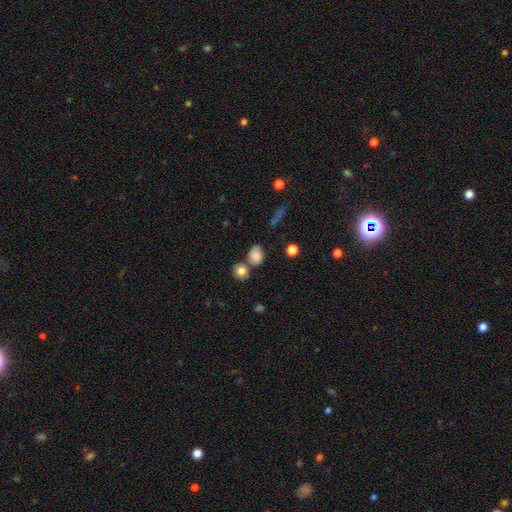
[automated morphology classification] This is clearly a smooth galaxy (81%). How rounded: likely in between (61%). Merging: possibly none (52%).